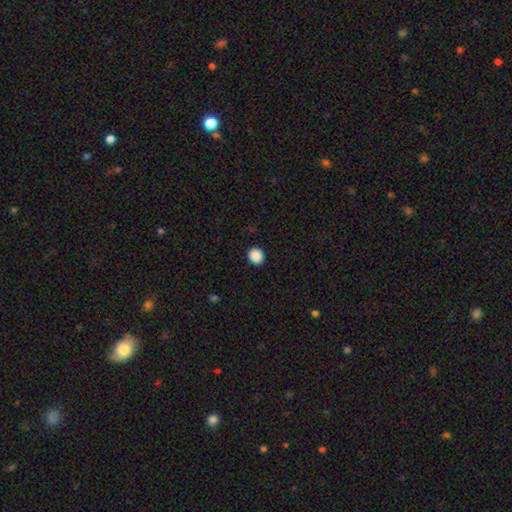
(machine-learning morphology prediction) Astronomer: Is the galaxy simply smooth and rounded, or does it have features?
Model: smooth — 89%.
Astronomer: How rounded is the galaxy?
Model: round — 81%.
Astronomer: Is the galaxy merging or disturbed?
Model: none — 92%.